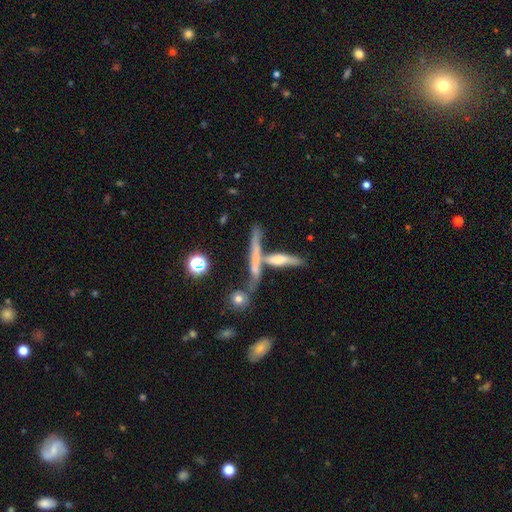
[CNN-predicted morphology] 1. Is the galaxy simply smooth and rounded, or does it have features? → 56% featured or disk, 31% smooth, 12% star or artifact.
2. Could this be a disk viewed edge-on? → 84% yes, 16% no.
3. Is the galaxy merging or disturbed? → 47% none, 34% merger, 12% minor disturbance, 7% major disturbance.